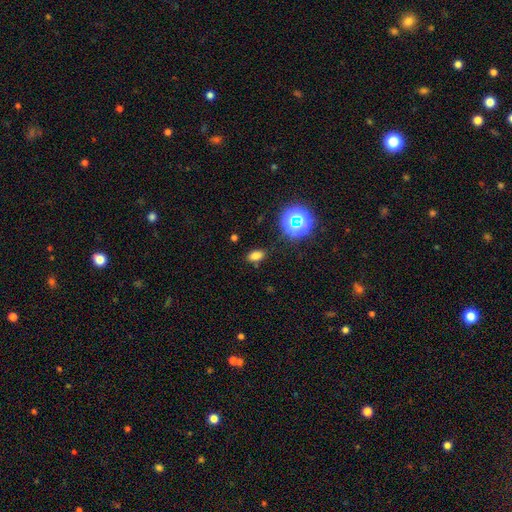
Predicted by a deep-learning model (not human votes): Q: Smooth or featured?
A: smooth (73%); runner-up: star or artifact (21%)
Q: How rounded?
A: in between (85%); runner-up: round (13%)
Q: Merging?
A: none (84%); runner-up: minor disturbance (10%)